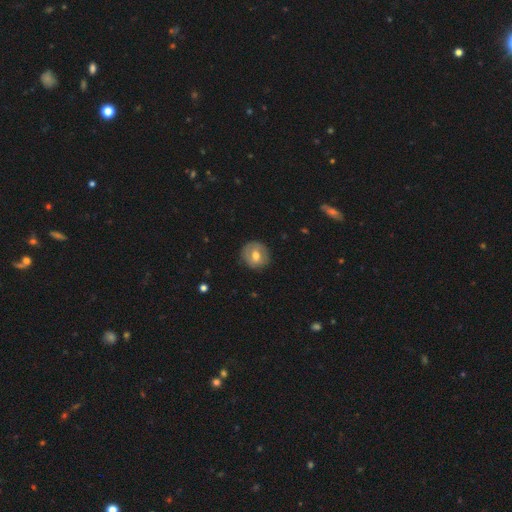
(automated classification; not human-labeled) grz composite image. It shows a smooth galaxy with no disk features (59%) that is round (89%). Merging: none (85%).